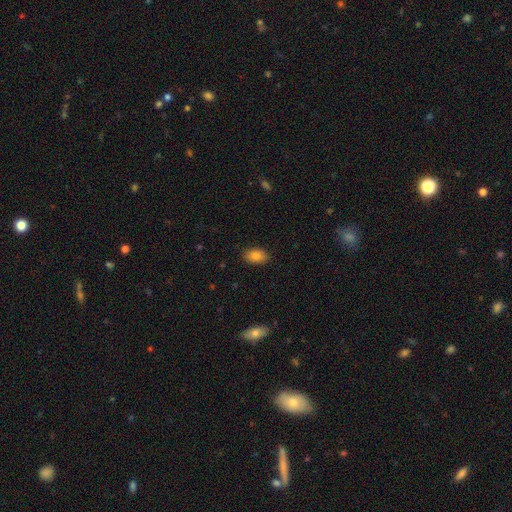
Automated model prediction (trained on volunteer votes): The model was most divided on "smooth or featured": smooth: 84%, star or artifact: 8%, featured or disk: 8%. More confident: how rounded — in between (90%); merging — none (87%).